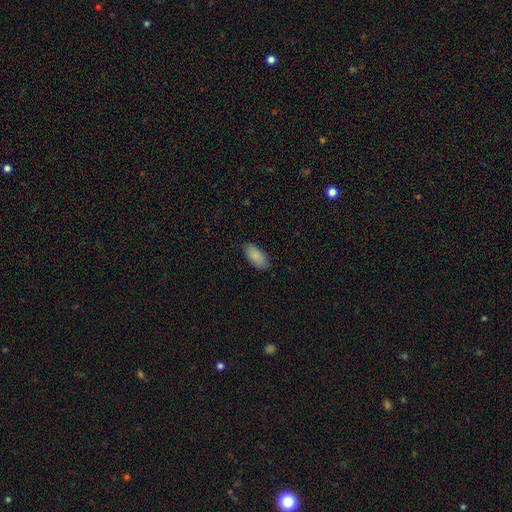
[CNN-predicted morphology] Smooth or featured? smooth (88%)
How rounded? in between (92%)
Merging? none (85%)